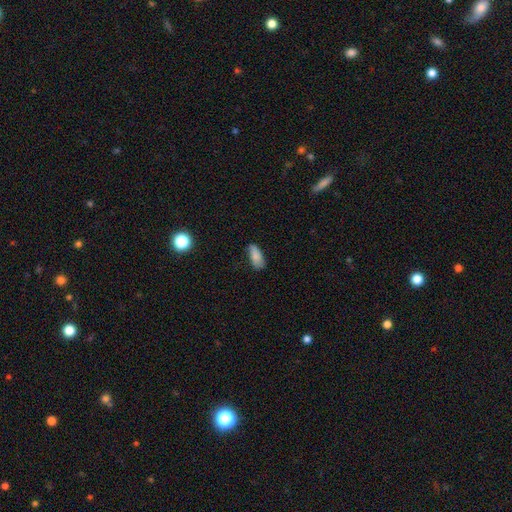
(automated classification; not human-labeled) A smooth galaxy with no disk features (81%) that is in between round and cigar-shaped (85%).

Vote fractions:
- Smooth or featured? smooth: 81% / featured or disk: 11% / star or artifact: 8%
- How rounded? in between: 85% / cigar-shaped: 12% / round: 3%
- Merging? none: 62% / minor disturbance: 29% / major disturbance: 7% / merger: 2%